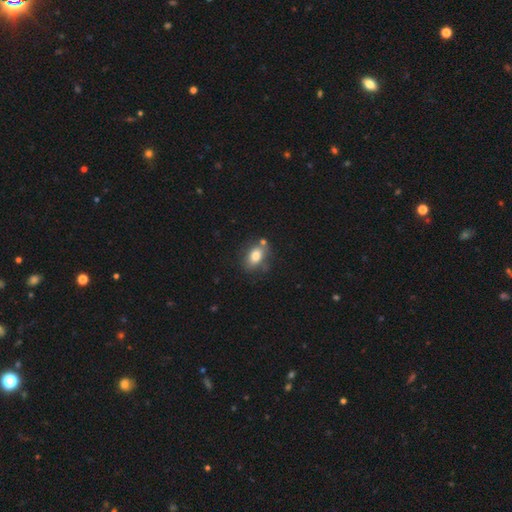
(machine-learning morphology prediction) The model was most divided on "merging": none: 67%, minor disturbance: 18%, merger: 11%, major disturbance: 5%. More confident: how rounded — in between (79%); smooth or featured — smooth (79%).